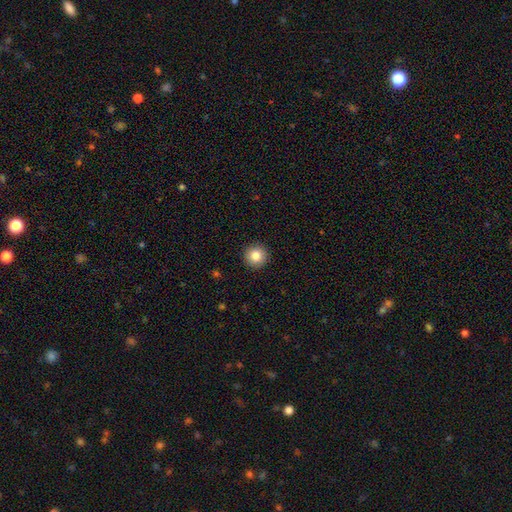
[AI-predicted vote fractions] Morphology: type=smooth (84%); roundness=round (96%); merging=none (93%).